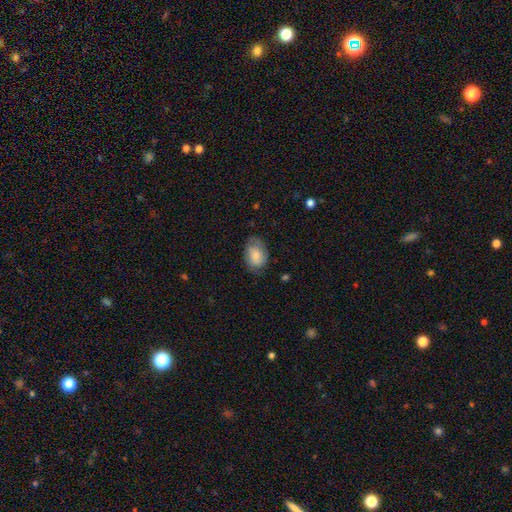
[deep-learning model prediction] The model was most divided on "merging": none: 68%, minor disturbance: 24%, major disturbance: 7%, merger: 1%. More confident: how rounded — in between (82%); smooth or featured — smooth (71%).